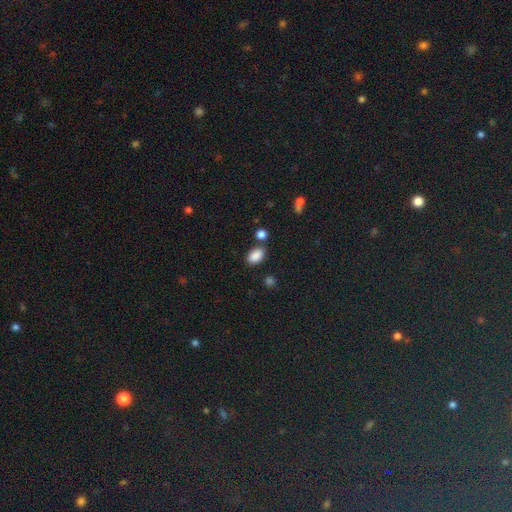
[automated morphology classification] smooth-or-featured: smooth: 87% | star or artifact: 9% | featured or disk: 4%
  how-rounded: in between: 90% | round: 8% | cigar-shaped: 2%
  merging: none: 74% | minor disturbance: 13% | merger: 10% | major disturbance: 3%